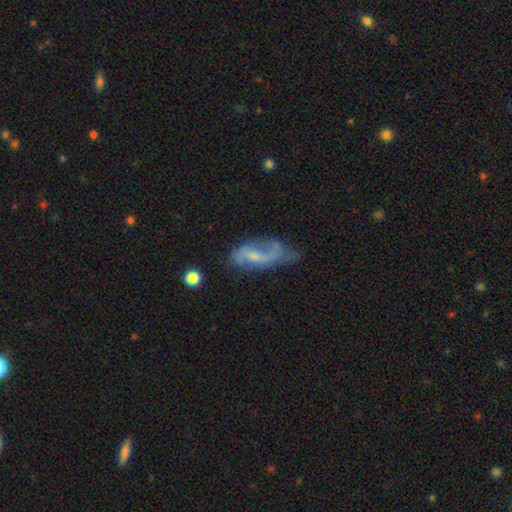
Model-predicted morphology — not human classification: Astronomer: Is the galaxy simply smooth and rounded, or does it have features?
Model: featured or disk — 73%.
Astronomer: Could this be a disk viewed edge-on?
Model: no — 93%.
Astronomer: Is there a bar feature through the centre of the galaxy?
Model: weak — 46% (runner-up: no, 39%).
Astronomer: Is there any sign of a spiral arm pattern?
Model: yes — 85%.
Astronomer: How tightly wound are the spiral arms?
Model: loose — 65%.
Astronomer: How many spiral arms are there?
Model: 2 — 75%.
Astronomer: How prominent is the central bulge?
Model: small — 58%.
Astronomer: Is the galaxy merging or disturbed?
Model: none — 41% (runner-up: minor disturbance, 30%).